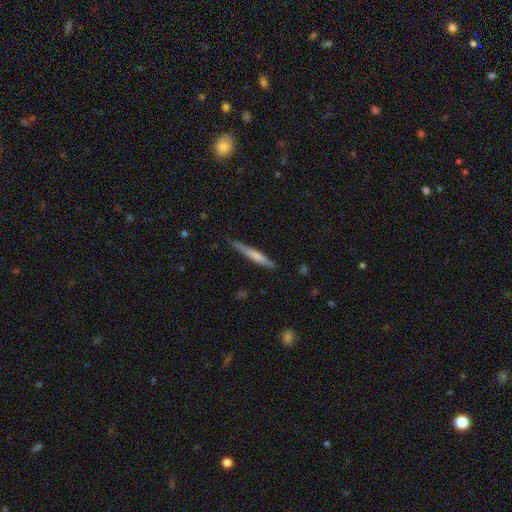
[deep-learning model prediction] Smooth or featured? smooth (63%)
How rounded? cigar-shaped (95%)
Merging? none (78%)